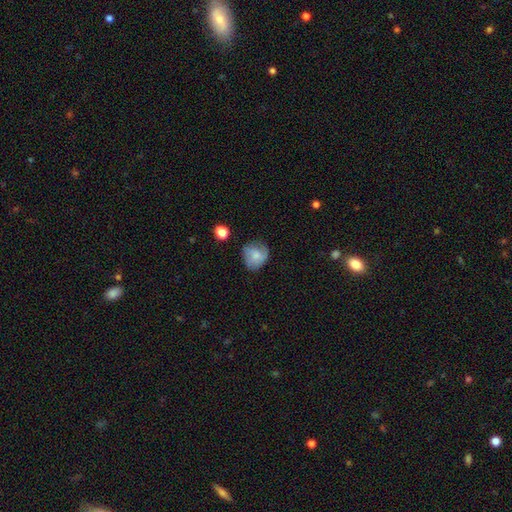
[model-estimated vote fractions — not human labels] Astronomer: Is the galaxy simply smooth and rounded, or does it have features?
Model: smooth — 63%.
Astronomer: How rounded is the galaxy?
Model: round — 76%.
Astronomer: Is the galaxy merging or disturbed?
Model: none — 61%.